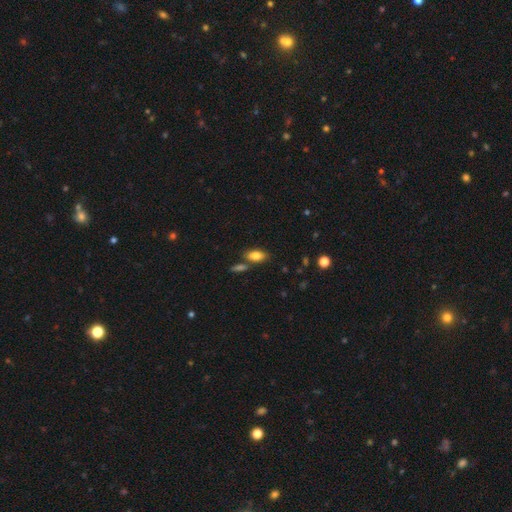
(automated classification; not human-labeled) A smooth galaxy with no disk features (81%) that is in between round and cigar-shaped (89%).

Vote fractions:
- Smooth or featured? smooth: 81% / featured or disk: 11% / star or artifact: 8%
- How rounded? in between: 89% / round: 6% / cigar-shaped: 5%
- Merging? none: 69% / merger: 16% / minor disturbance: 12% / major disturbance: 3%